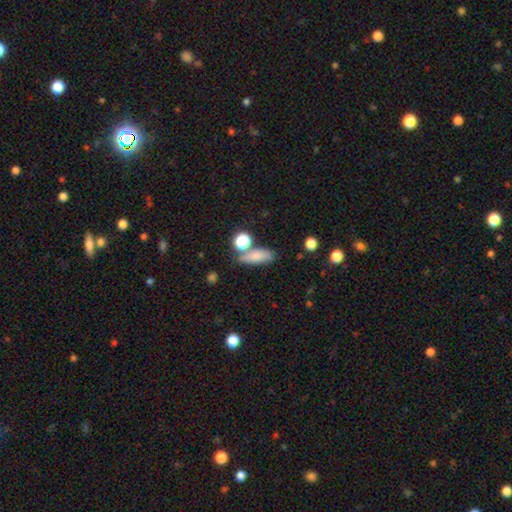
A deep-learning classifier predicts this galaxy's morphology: Smooth or featured? Predicted: smooth (p=0.75). How rounded? Predicted: in between (p=0.63). Merging? Predicted: none (p=0.56).